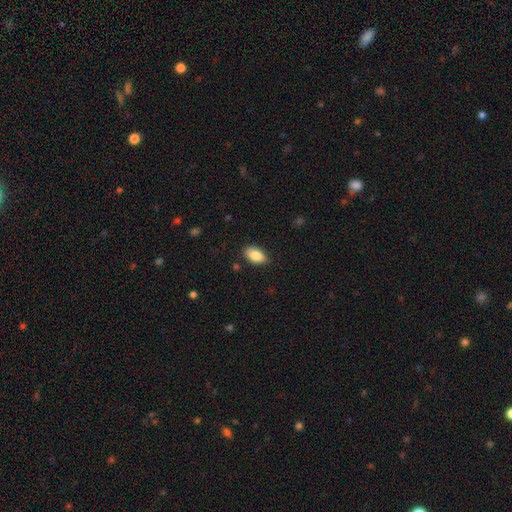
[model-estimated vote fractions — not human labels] Smooth or featured? Predicted: smooth (p=0.84). How rounded? Predicted: in between (p=0.92). Merging? Predicted: none (p=0.84).